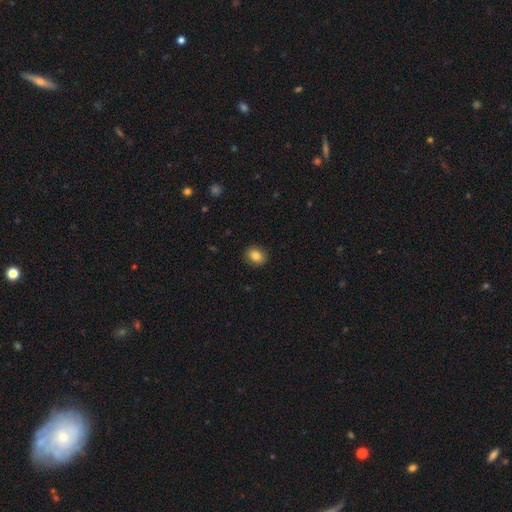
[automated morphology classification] Overall: smooth (85%). How rounded: round (53%; in between 46%). Merging: none (89%).